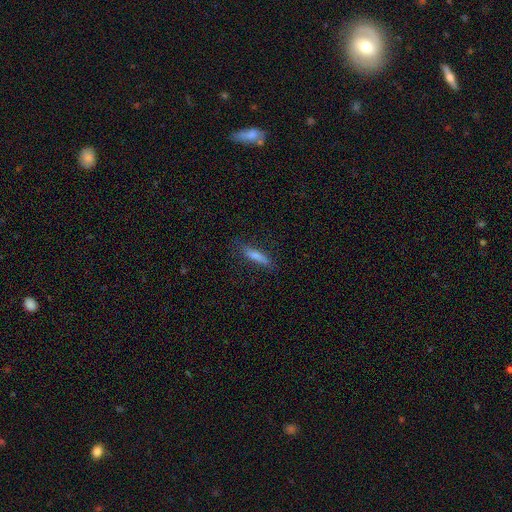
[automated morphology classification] smooth-or-featured: smooth: 49% | featured or disk: 32% | star or artifact: 19%
  merging: none: 82% | minor disturbance: 12% | major disturbance: 4% | merger: 2%